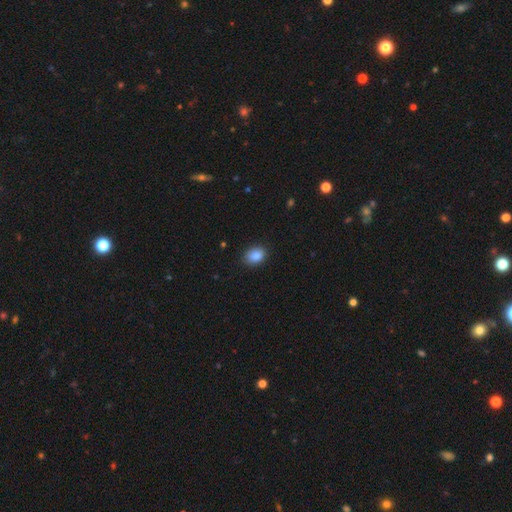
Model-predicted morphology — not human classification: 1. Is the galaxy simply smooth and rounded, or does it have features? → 87% smooth, 8% star or artifact, 5% featured or disk.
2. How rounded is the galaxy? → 72% in between, 27% round, 1% cigar-shaped.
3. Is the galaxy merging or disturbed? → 88% none, 9% minor disturbance, 2% major disturbance, 1% merger.